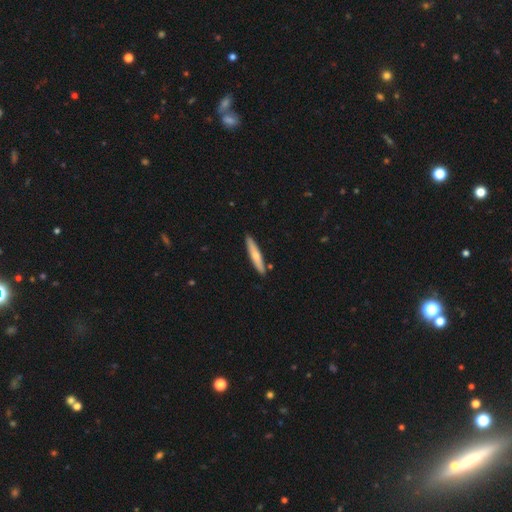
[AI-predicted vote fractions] A smooth galaxy with no disk features (58%) that is cigar-shaped (91%).

Vote fractions:
- Smooth or featured? smooth: 58% / featured or disk: 37% / star or artifact: 5%
- How rounded? cigar-shaped: 91% / in between: 8% / round: 1%
- Merging? none: 88% / minor disturbance: 8% / merger: 3% / major disturbance: 1%